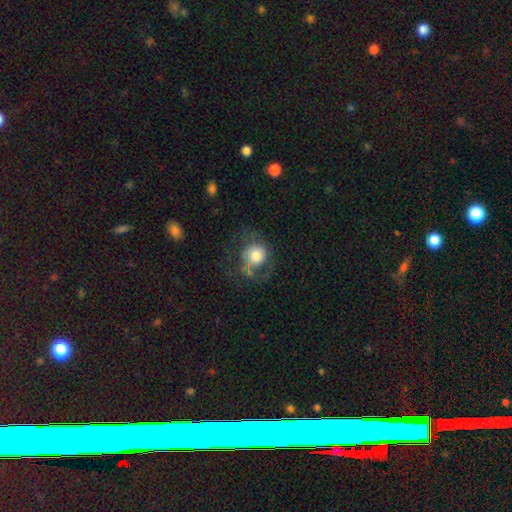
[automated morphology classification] smooth_or_featured: smooth (p=0.56) [alt: featured or disk p=0.36]
how_rounded: round (p=0.82) [alt: in between p=0.17]
merging: none (p=0.47) [alt: major disturbance p=0.29]